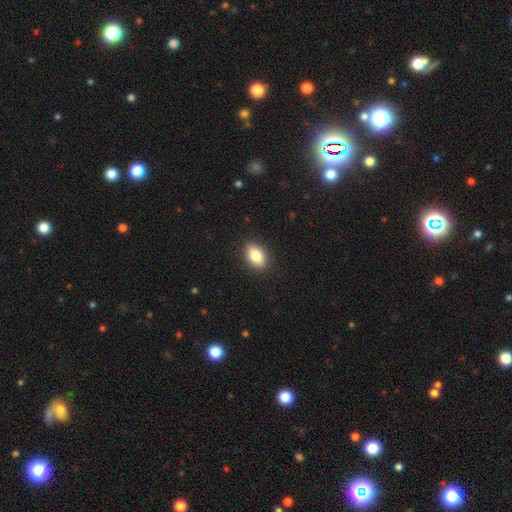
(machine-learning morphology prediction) type=smooth (82%); roundness=in between (84%); merging=none (89%).